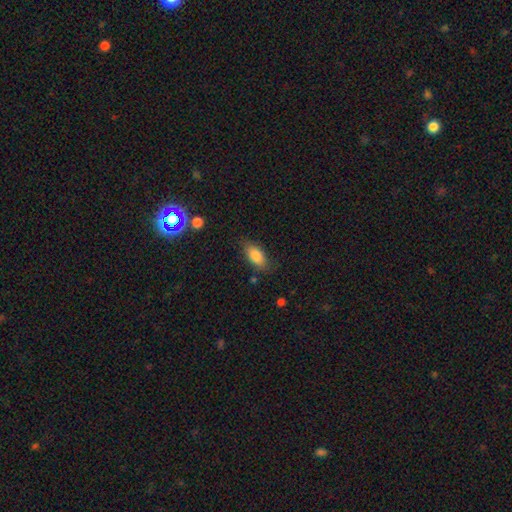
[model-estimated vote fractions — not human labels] Q: Smooth or featured?
A: smooth (84%); runner-up: featured or disk (8%)
Q: How rounded?
A: in between (88%); runner-up: cigar-shaped (8%)
Q: Merging?
A: none (78%); runner-up: minor disturbance (16%)